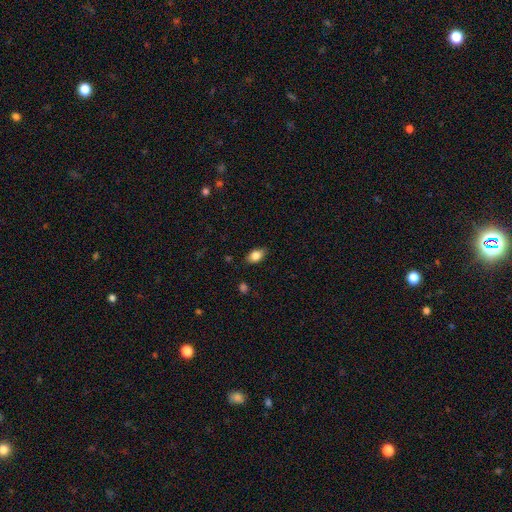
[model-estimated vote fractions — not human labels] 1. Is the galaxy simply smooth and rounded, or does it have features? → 82% smooth, 10% featured or disk, 8% star or artifact.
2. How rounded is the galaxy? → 87% in between, 9% round, 4% cigar-shaped.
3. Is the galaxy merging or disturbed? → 84% none, 12% minor disturbance, 3% major disturbance, 1% merger.